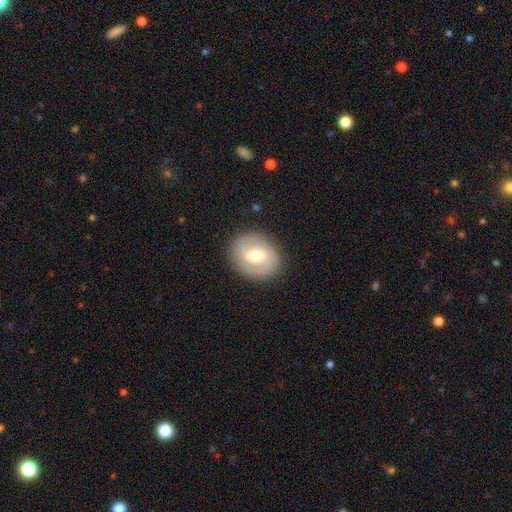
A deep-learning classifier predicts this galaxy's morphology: Smooth or featured?
  - featured or disk: 55% *
  - smooth: 38%
  - star or artifact: 7%
Edge-on disk?
  - no: 96% *
  - yes: 4%
Bar?
  - weak: 51% *
  - no: 26%
  - strong: 23%
Spiral arms?
  - yes: 61% *
  - no: 39%
Bulge size?
  - moderate: 69% *
  - small: 23%
  - large: 6%
  - dominant: 1%
  - none: 1%
Merging?
  - none: 85% *
  - minor disturbance: 10%
  - major disturbance: 4%
  - merger: 1%